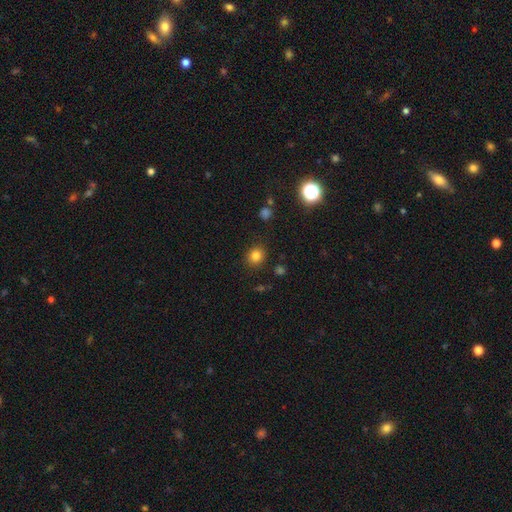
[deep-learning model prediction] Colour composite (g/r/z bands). It shows a smooth galaxy with no disk features (81%) that is round (79%). Merging: none (87%).